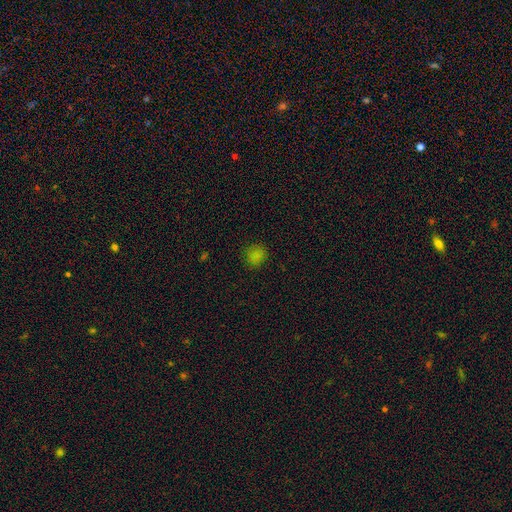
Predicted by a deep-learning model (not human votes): Smooth or featured?
  - smooth: 79% *
  - star or artifact: 17%
  - featured or disk: 4%
How rounded?
  - round: 81% *
  - in between: 18%
  - cigar-shaped: 1%
Merging?
  - none: 86% *
  - minor disturbance: 10%
  - major disturbance: 3%
  - merger: 1%